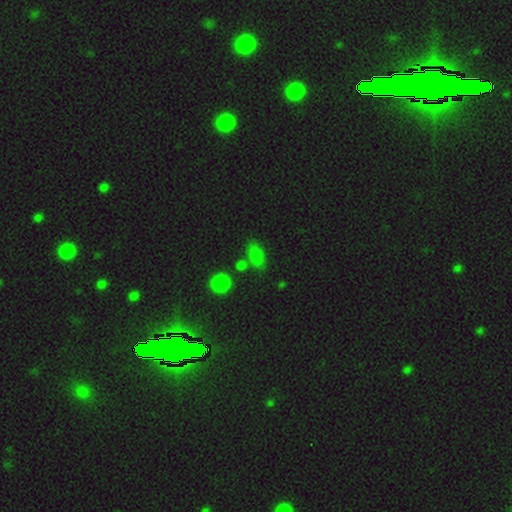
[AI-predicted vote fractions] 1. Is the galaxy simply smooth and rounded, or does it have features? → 76% smooth, 17% star or artifact, 7% featured or disk.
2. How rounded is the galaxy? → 80% in between, 12% round, 7% cigar-shaped.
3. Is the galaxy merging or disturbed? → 68% none, 16% minor disturbance, 11% merger, 6% major disturbance.